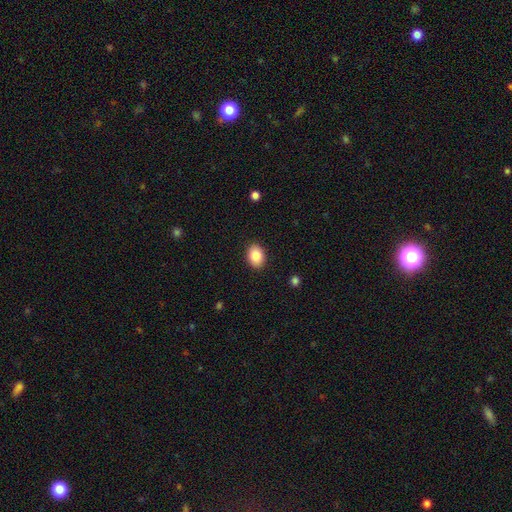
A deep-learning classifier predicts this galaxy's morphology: This is clearly a smooth galaxy (86%). How rounded: likely in between (76%). Merging: clearly none (90%).